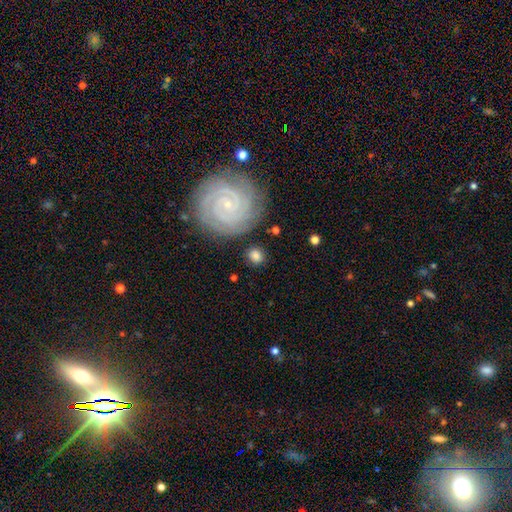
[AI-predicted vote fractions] Smooth or featured: smooth — 53% (featured or disk — 38%)
How rounded: round — 74% (in between — 23%)
Merging: none — 81% (minor disturbance — 11%)